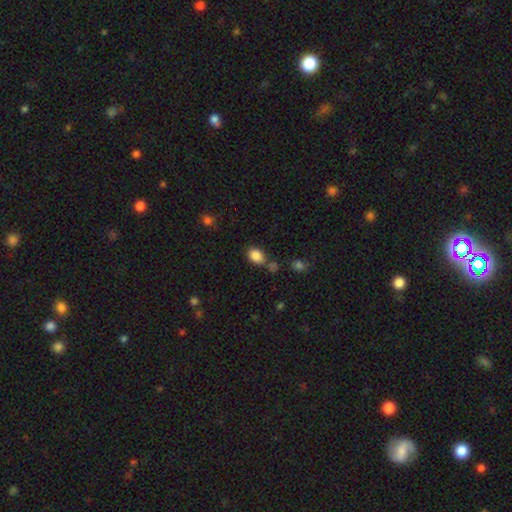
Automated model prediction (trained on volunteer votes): A smooth galaxy with no disk features (86%) that is in between round and cigar-shaped (72%). Merging: none (66%).